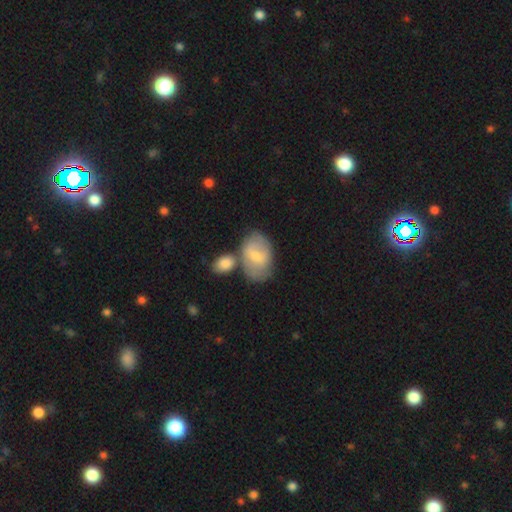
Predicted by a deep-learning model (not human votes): smooth_or_featured: smooth (p=0.55) [alt: featured or disk p=0.39]
how_rounded: in between (p=0.86) [alt: round p=0.12]
merging: none (p=0.49) [alt: merger p=0.27]